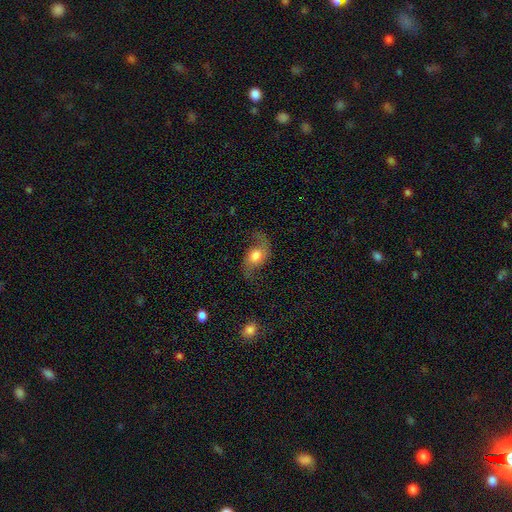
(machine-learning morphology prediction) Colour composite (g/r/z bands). It shows a featured or disk galaxy (70%) with no bar (65%), 2 (92%) loose (79%) spiral arms (92%) and a moderate central bulge (49%). Merging: none (66%).